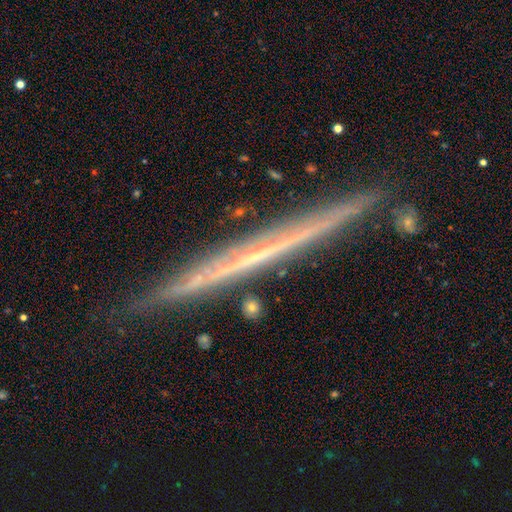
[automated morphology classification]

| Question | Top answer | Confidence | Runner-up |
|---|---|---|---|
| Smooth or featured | featured or disk | 69% | smooth (23%) |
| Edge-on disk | yes | 97% | no (3%) |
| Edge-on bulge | none | 91% | rounded (6%) |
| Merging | none | 88% | minor disturbance (9%) |